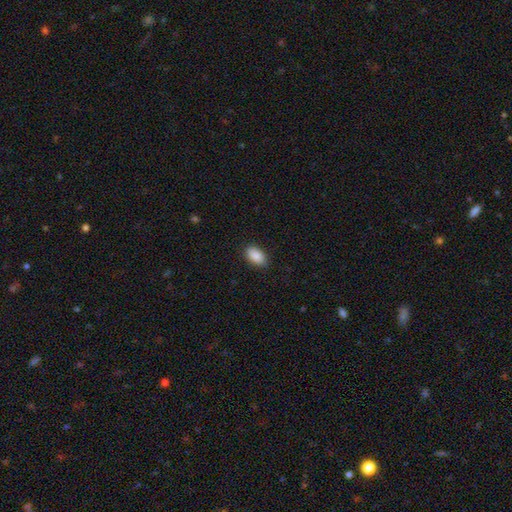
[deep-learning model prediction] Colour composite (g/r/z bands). It shows a smooth galaxy with no disk features (90%) that is in between round and cigar-shaped (93%). Merging: none (88%).